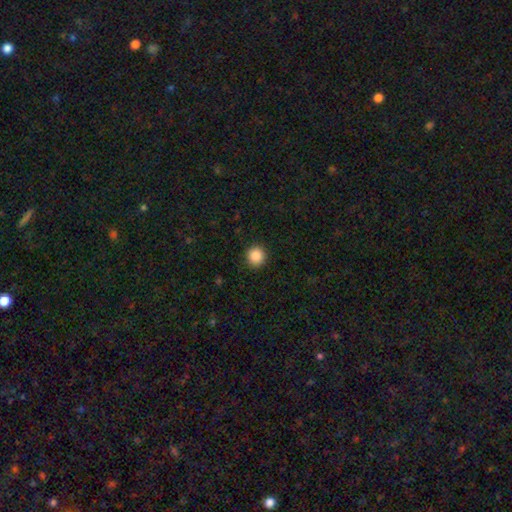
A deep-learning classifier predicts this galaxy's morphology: Smooth or featured?
  - smooth: 87% *
  - star or artifact: 10%
  - featured or disk: 3%
How rounded?
  - round: 93% *
  - in between: 6%
  - cigar-shaped: 1%
Merging?
  - none: 92% *
  - minor disturbance: 5%
  - major disturbance: 2%
  - merger: 1%